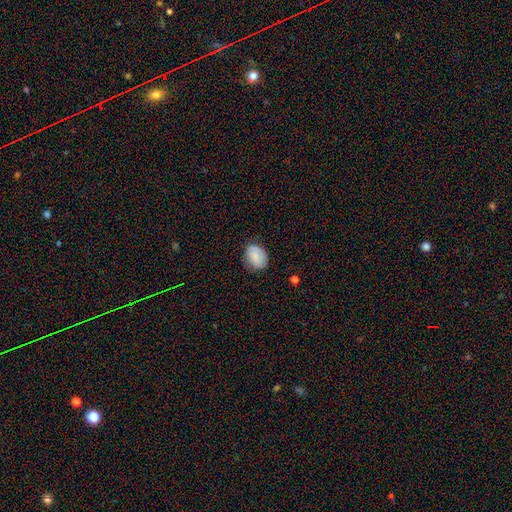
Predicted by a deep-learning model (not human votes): Overall: smooth (78%). How rounded: in between (68%; round 31%). Merging: none (72%).